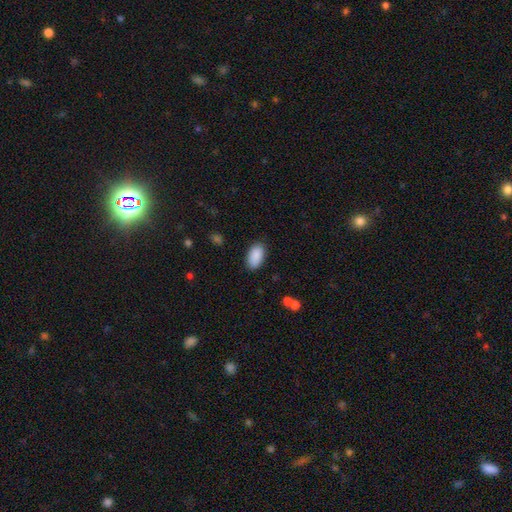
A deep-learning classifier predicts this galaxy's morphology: Q: Smooth or featured?
A: smooth (90%); runner-up: star or artifact (7%)
Q: How rounded?
A: in between (94%); runner-up: round (4%)
Q: Merging?
A: none (85%); runner-up: minor disturbance (11%)